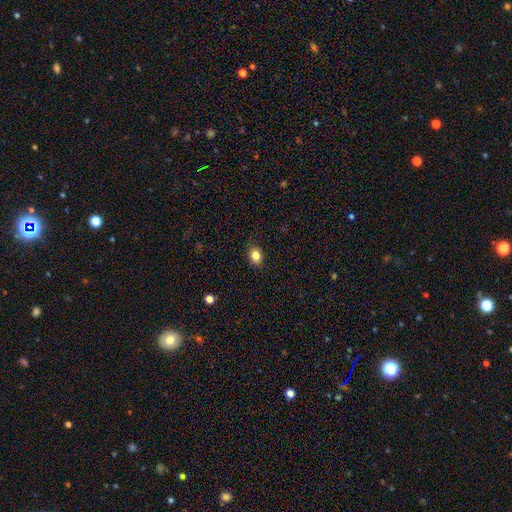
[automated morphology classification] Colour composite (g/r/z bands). It shows a smooth galaxy with no disk features (84%) that is in between round and cigar-shaped (58%). Merging: none (89%).